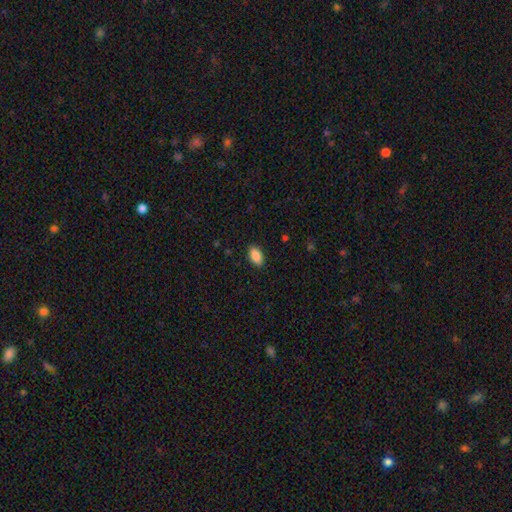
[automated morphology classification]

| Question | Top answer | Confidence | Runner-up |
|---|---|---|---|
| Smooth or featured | smooth | 89% | star or artifact (7%) |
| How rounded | in between | 93% | round (4%) |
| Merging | none | 88% | minor disturbance (9%) |